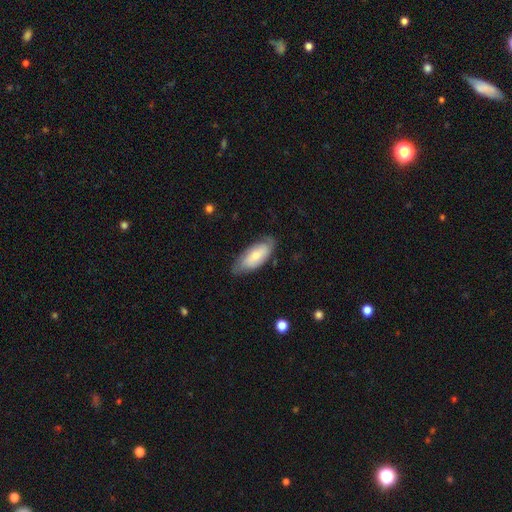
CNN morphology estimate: A smooth galaxy with no disk features (59%) that is in between round and cigar-shaped (84%). Merging: none (69%).